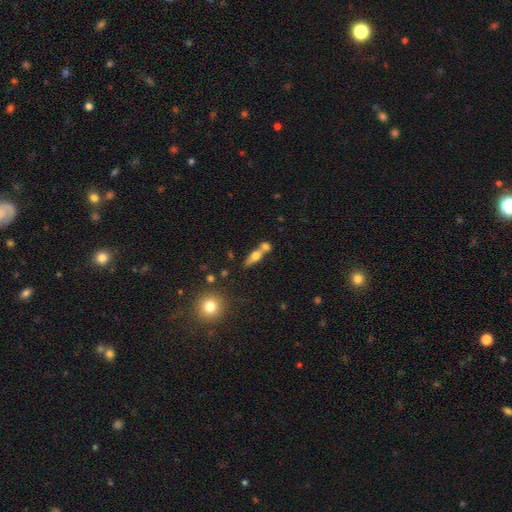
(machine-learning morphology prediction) type=smooth (55%); roundness=in between (52%); merging=merger (48%).